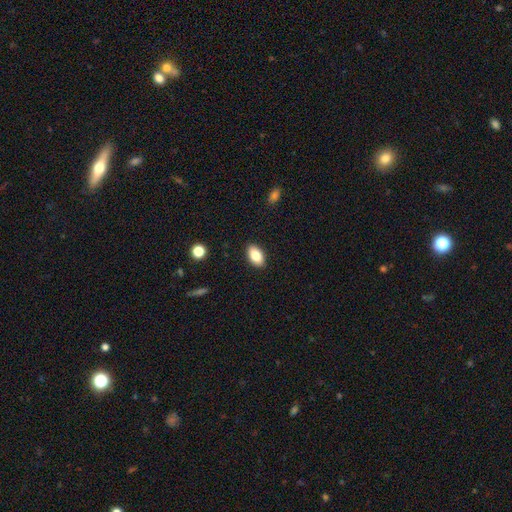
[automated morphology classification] A smooth galaxy with no disk features (83%) that is in between round and cigar-shaped (92%).

Vote fractions:
- Smooth or featured? smooth: 83% / featured or disk: 9% / star or artifact: 8%
- How rounded? in between: 92% / round: 6% / cigar-shaped: 2%
- Merging? none: 89% / minor disturbance: 8% / major disturbance: 2% / merger: 1%